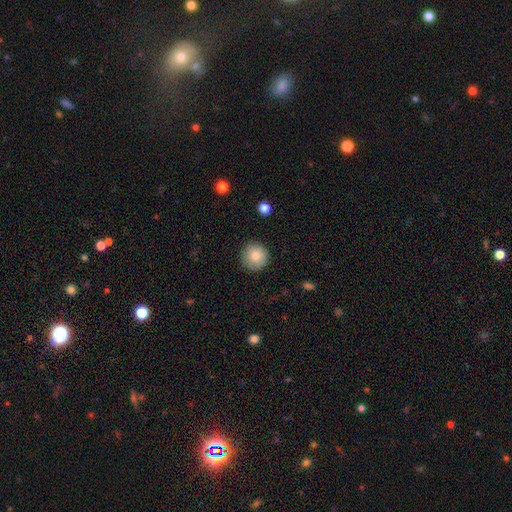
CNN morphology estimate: Smooth or featured? Predicted: smooth (p=0.85). How rounded? Predicted: round (p=0.94). Merging? Predicted: none (p=0.89).